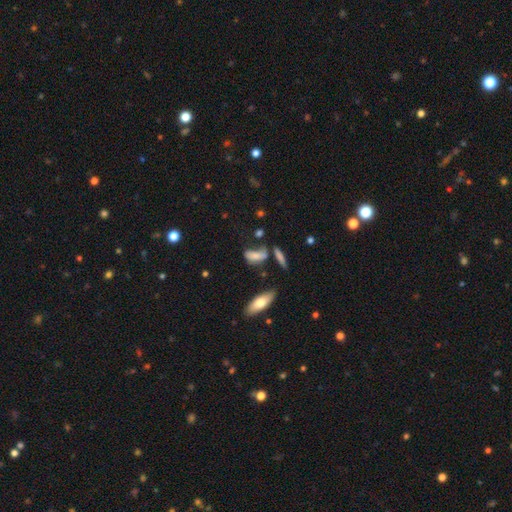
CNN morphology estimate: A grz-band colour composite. It shows a smooth galaxy with no disk features (66%) that is in between round and cigar-shaped (73%). Merging: none (37%).